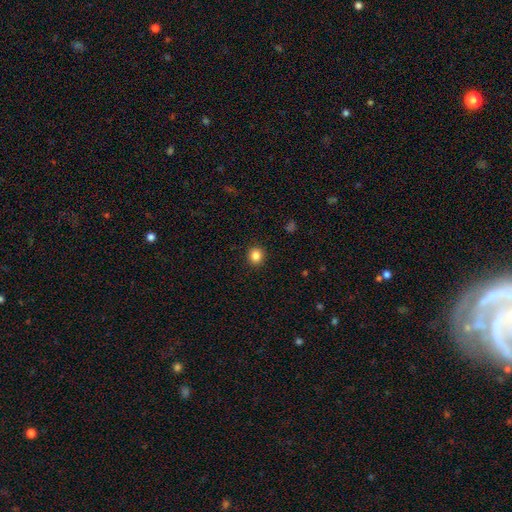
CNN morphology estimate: smooth_or_featured: smooth (p=0.85) [alt: star or artifact p=0.11]
how_rounded: round (p=0.87) [alt: in between p=0.12]
merging: none (p=0.92) [alt: minor disturbance p=0.05]